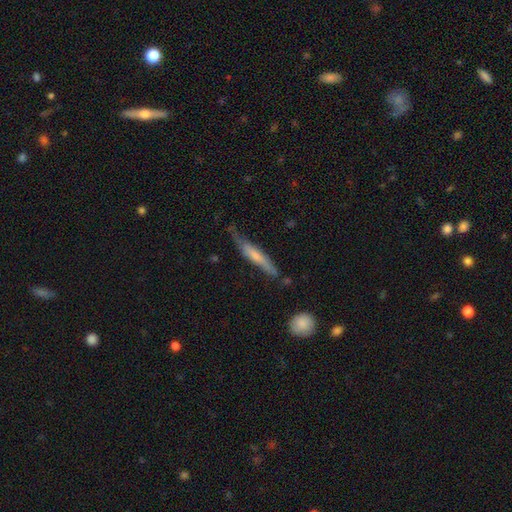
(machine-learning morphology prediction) Q: Smooth or featured?
A: smooth (54%); runner-up: featured or disk (41%)
Q: How rounded?
A: cigar-shaped (91%); runner-up: in between (8%)
Q: Merging?
A: none (56%); runner-up: minor disturbance (31%)